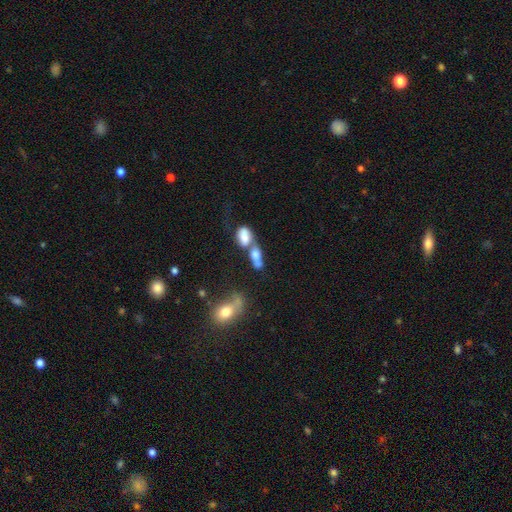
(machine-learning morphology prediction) type=smooth (60%); roundness=in between (73%); merging=merger (69%).